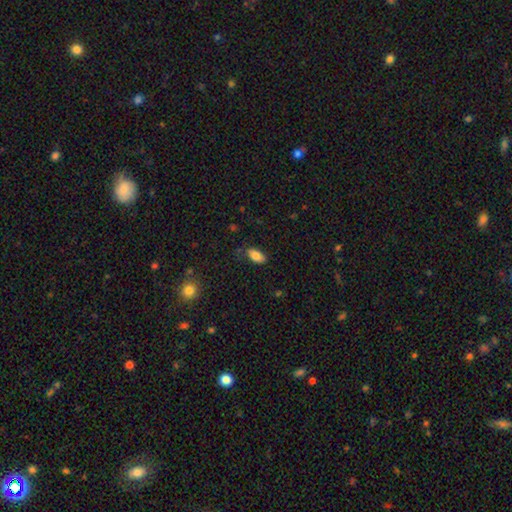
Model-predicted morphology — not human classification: smooth-or-featured: smooth: 83% | featured or disk: 9% | star or artifact: 8%
  how-rounded: in between: 93% | round: 4% | cigar-shaped: 3%
  merging: none: 79% | minor disturbance: 16% | major disturbance: 3% | merger: 1%